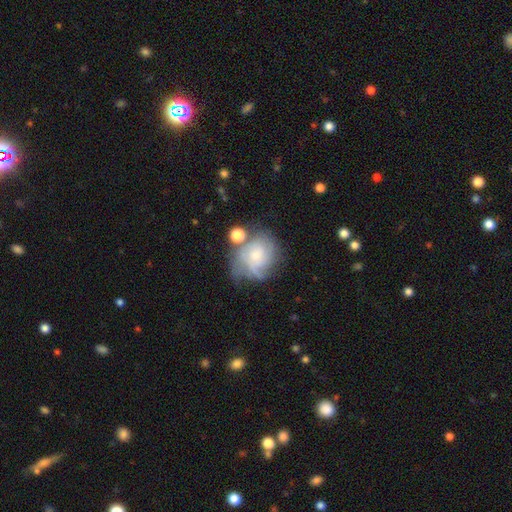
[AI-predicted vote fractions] smooth_or_featured: featured or disk (p=0.62) [alt: smooth p=0.29]
disk_edge_on: no (p=0.97) [alt: yes p=0.03]
bar: no (p=0.76) [alt: weak p=0.21]
has_spiral_arms: yes (p=0.84) [alt: no p=0.16]
spiral_winding: tight (p=0.44) [alt: medium p=0.38]
spiral_arm_count: can't tell (p=0.39) [alt: 3 p=0.24]
bulge_size: small (p=0.62) [alt: moderate p=0.28]
merging: none (p=0.45) [alt: minor disturbance p=0.24]